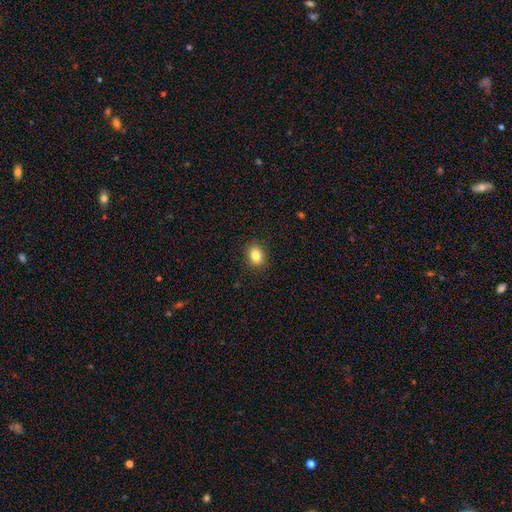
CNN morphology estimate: This is clearly a smooth galaxy (84%). How rounded: possibly in between (57%). Merging: clearly none (89%).